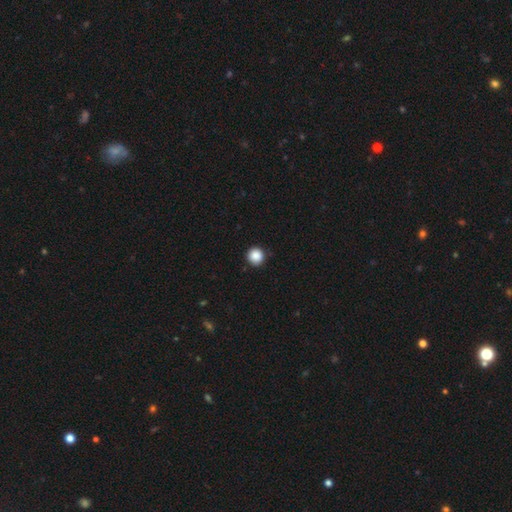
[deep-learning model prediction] Smooth or featured: smooth — 88% (star or artifact — 10%)
How rounded: round — 96% (in between — 4%)
Merging: none — 92% (minor disturbance — 6%)